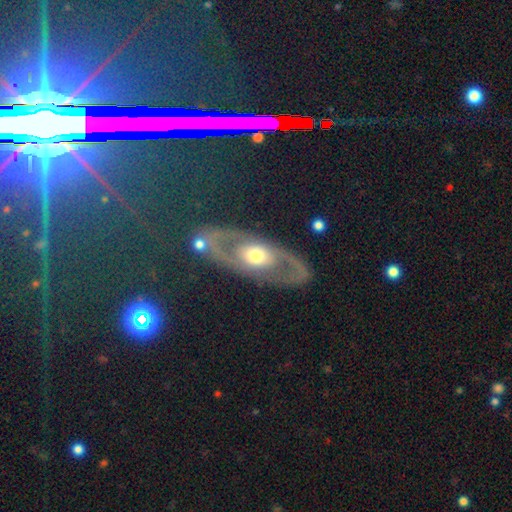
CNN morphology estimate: Smooth or featured: featured or disk — 73% (smooth — 22%)
Edge-on disk: no — 87% (yes — 13%)
Bar: no — 82% (weak — 13%)
Spiral arms: no — 52% (yes — 48%)
Bulge size: moderate — 66% (large — 18%)
Merging: none — 74% (minor disturbance — 13%)